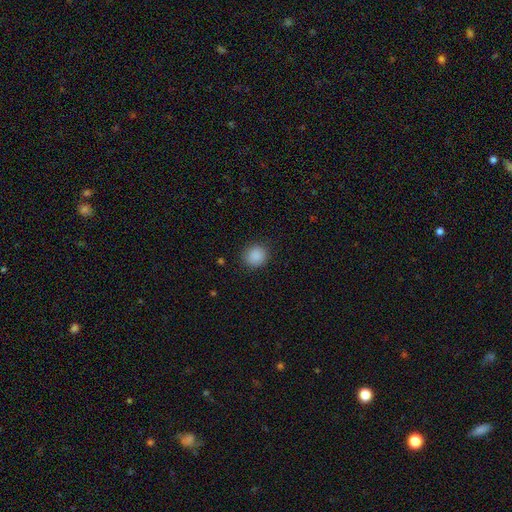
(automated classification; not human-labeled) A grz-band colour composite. It shows a smooth galaxy with no disk features (88%) that is round (86%). Merging: none (89%).